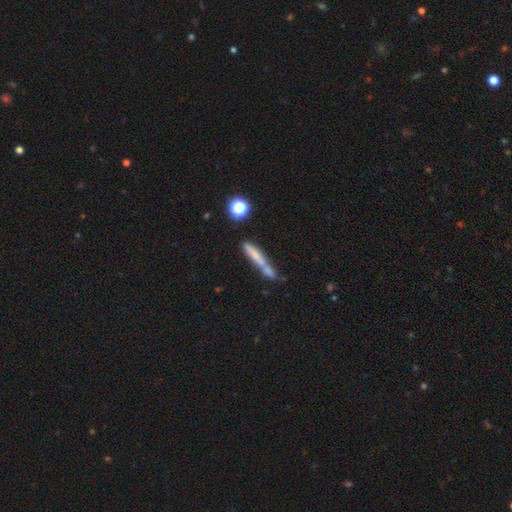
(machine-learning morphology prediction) A smooth galaxy with no disk features (57%) that is cigar-shaped (88%). Merging: none (47%).